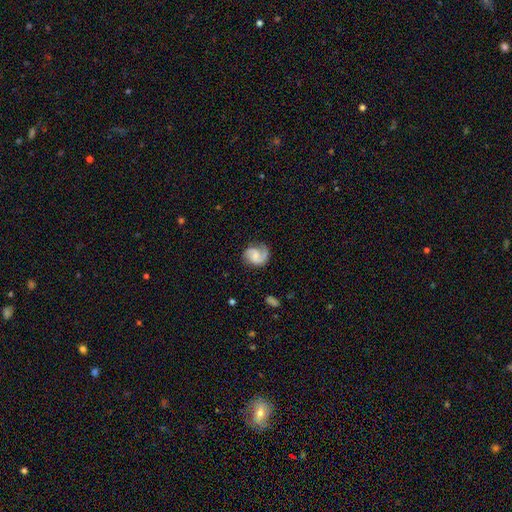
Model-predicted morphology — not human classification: smooth_or_featured: featured or disk (p=0.70) [alt: smooth p=0.23]
disk_edge_on: no (p=0.98) [alt: yes p=0.02]
bar: no (p=0.57) [alt: weak p=0.36]
has_spiral_arms: yes (p=0.95) [alt: no p=0.05]
spiral_winding: medium (p=0.45) [alt: tight p=0.29]
spiral_arm_count: 2 (p=0.55) [alt: 1 p=0.36]
bulge_size: small (p=0.38) [alt: none p=0.27]
merging: none (p=0.64) [alt: minor disturbance p=0.21]